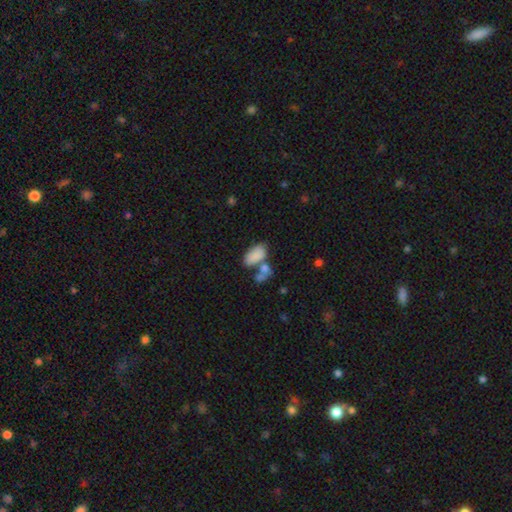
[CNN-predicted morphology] A smooth galaxy with no disk features (82%) that is in between round and cigar-shaped (93%).

Vote fractions:
- Smooth or featured? smooth: 82% / featured or disk: 11% / star or artifact: 8%
- How rounded? in between: 93% / round: 4% / cigar-shaped: 3%
- Merging? none: 41% / merger: 37% / minor disturbance: 14% / major disturbance: 8%